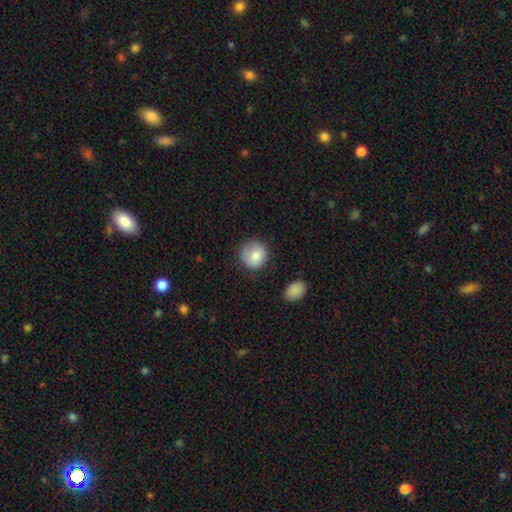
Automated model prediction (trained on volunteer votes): A smooth galaxy with no disk features (82%) that is round (88%).

Vote fractions:
- Smooth or featured? smooth: 82% / featured or disk: 10% / star or artifact: 8%
- How rounded? round: 88% / in between: 11% / cigar-shaped: 1%
- Merging? none: 74% / minor disturbance: 19% / major disturbance: 5% / merger: 2%